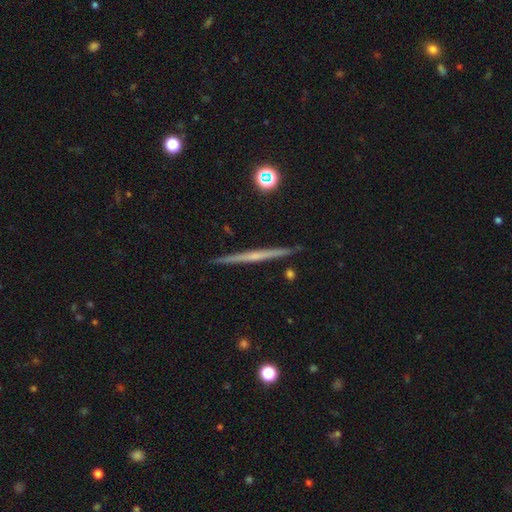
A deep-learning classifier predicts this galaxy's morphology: Smooth or featured? Predicted: featured or disk (p=0.68). Edge-on disk? Predicted: yes (p=0.98). Edge-on bulge? Predicted: none (p=0.67). Merging? Predicted: none (p=0.92).